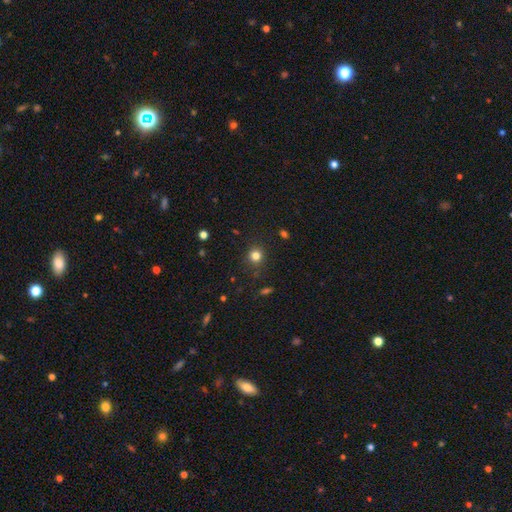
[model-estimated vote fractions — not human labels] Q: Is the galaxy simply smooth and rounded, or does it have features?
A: smooth — 80%.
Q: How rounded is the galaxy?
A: round — 90%.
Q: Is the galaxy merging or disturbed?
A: none — 88%.